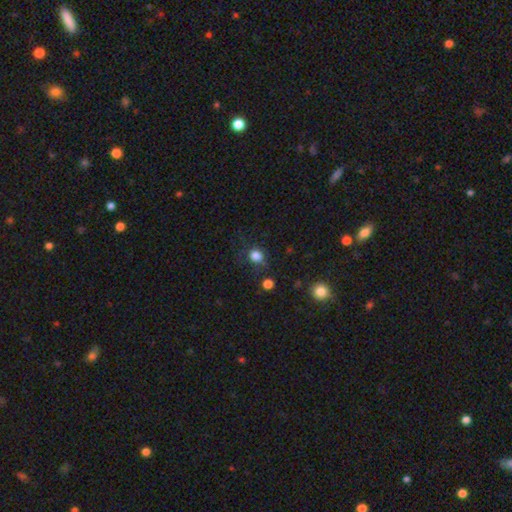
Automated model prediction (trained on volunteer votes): This appears to be a smooth galaxy with no disk features (80%) that is round (77%). Merging: none (63%).